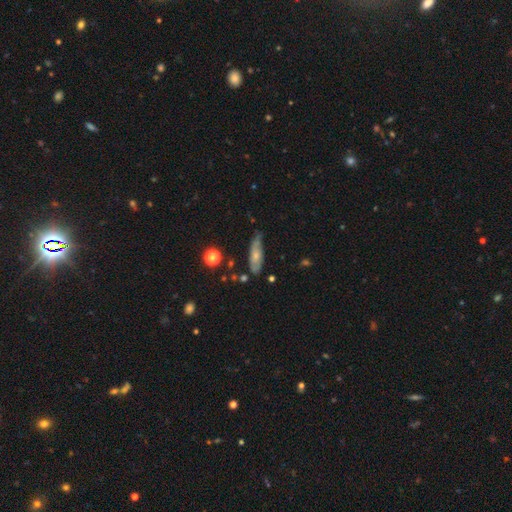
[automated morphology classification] smooth-or-featured: smooth: 55% | featured or disk: 38% | star or artifact: 8%
  how-rounded: in between: 51% | cigar-shaped: 46% | round: 3%
  merging: none: 51% | minor disturbance: 35% | major disturbance: 9% | merger: 4%